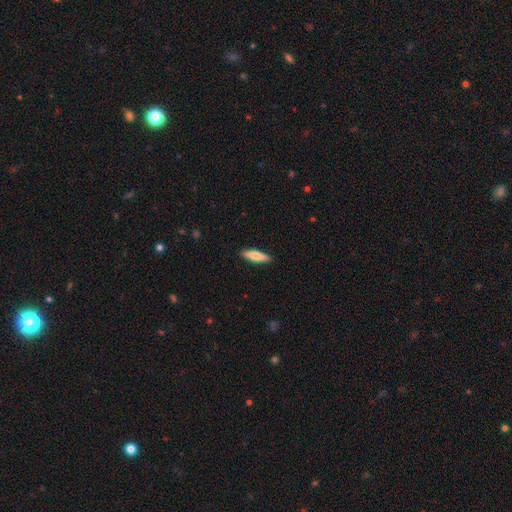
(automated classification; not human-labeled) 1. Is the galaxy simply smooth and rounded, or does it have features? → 74% smooth, 21% featured or disk, 5% star or artifact.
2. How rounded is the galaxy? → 64% cigar-shaped, 35% in between, 2% round.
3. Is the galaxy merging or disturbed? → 89% none, 8% minor disturbance, 2% major disturbance, 1% merger.